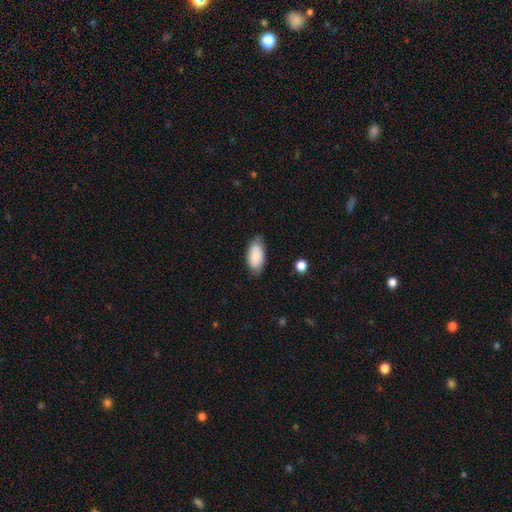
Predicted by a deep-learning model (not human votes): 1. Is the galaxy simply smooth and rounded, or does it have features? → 82% smooth, 11% featured or disk, 6% star or artifact.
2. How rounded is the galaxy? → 93% in between, 5% cigar-shaped, 2% round.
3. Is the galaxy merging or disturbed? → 74% none, 21% minor disturbance, 4% major disturbance, 1% merger.